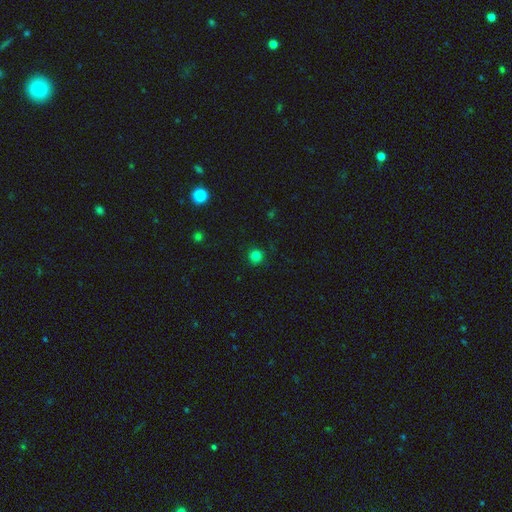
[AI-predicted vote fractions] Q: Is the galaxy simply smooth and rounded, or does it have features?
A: smooth — 82%.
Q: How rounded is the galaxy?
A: round — 95%.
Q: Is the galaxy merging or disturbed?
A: none — 90%.